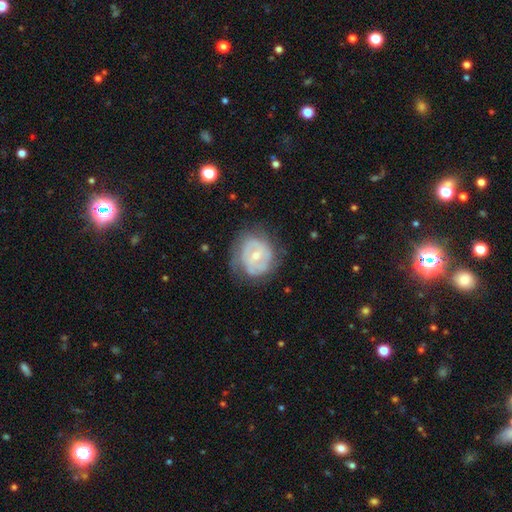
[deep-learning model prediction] This is likely a featured or disk galaxy (70%). It is clearly not viewed edge-on (97%). Bar: possibly no (52%). Spiral arm pattern: likely yes (68%). Central bulge: possibly small (53%). Merging: likely none (63%).